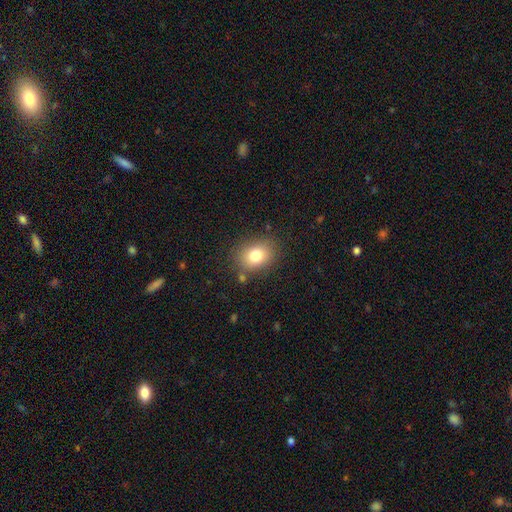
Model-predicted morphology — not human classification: A smooth galaxy with no disk features (80%) that is in between round and cigar-shaped (60%).

Vote fractions:
- Smooth or featured? smooth: 80% / star or artifact: 11% / featured or disk: 10%
- How rounded? in between: 60% / round: 39% / cigar-shaped: 1%
- Merging? none: 81% / minor disturbance: 12% / major disturbance: 4% / merger: 3%